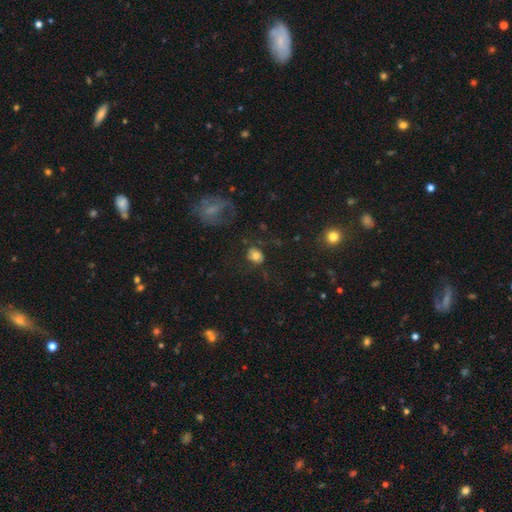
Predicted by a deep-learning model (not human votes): smooth 69%, featured or disk 19%, star or artifact 12%. Down the decision tree: how rounded — round (57%); merging — none (62%).